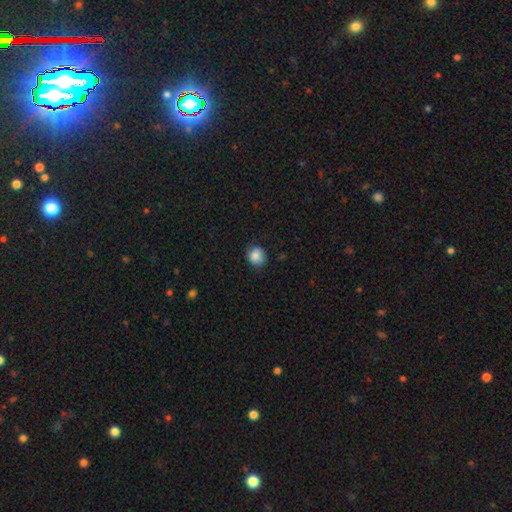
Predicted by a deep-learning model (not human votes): Smooth or featured? smooth (84%)
How rounded? round (81%)
Merging? none (75%)